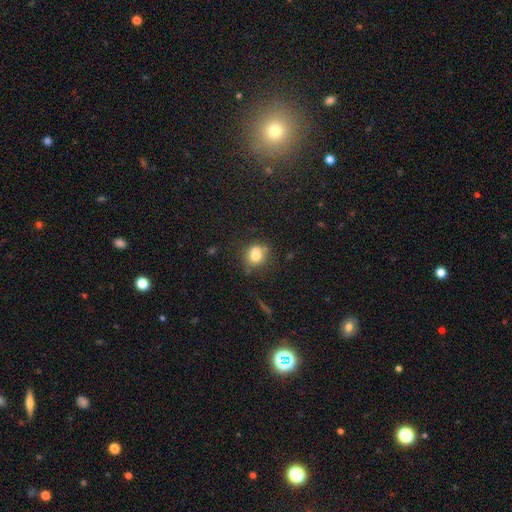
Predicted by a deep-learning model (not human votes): Smooth or featured: smooth — 73% (featured or disk — 14%)
How rounded: round — 81% (in between — 18%)
Merging: none — 59% (merger — 20%)